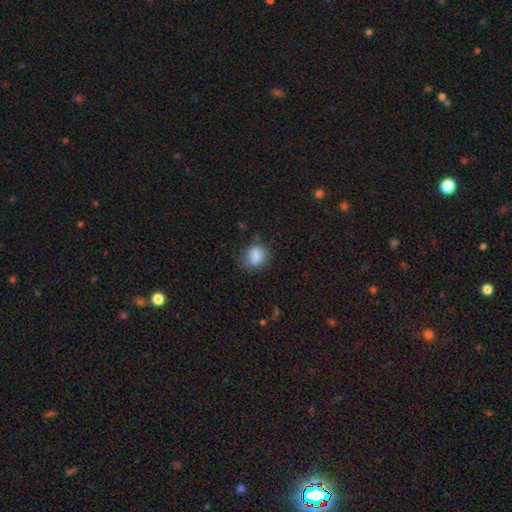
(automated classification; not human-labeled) The model was most divided on "how rounded": in between: 50%, round: 49%, cigar-shaped: 2%. More confident: smooth or featured — smooth (82%); merging — none (63%).